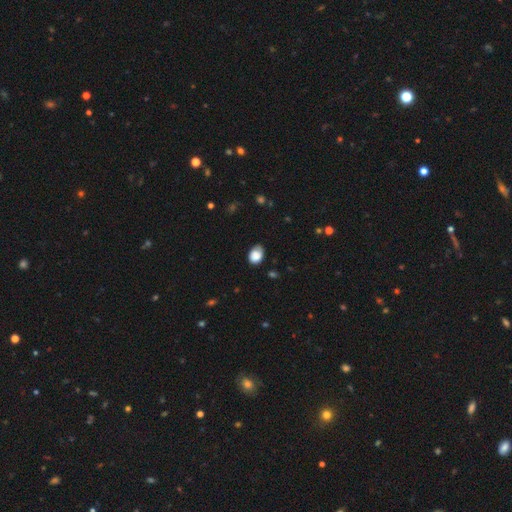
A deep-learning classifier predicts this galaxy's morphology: smooth-or-featured: smooth: 85% | star or artifact: 8% | featured or disk: 6%
  how-rounded: in between: 68% | round: 31% | cigar-shaped: 1%
  merging: none: 66% | minor disturbance: 27% | major disturbance: 5% | merger: 2%